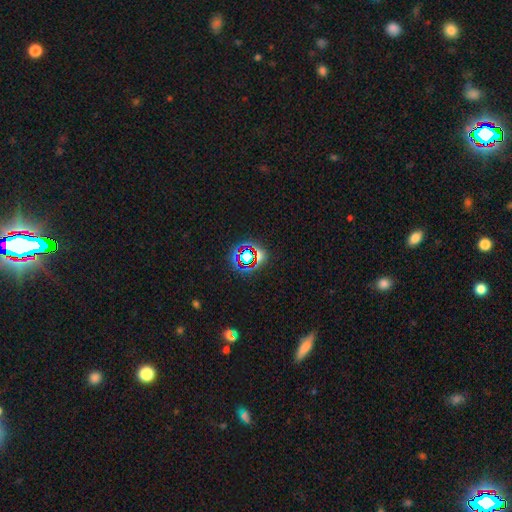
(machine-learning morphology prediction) Q: Smooth or featured?
A: star or artifact (67%); runner-up: smooth (21%)